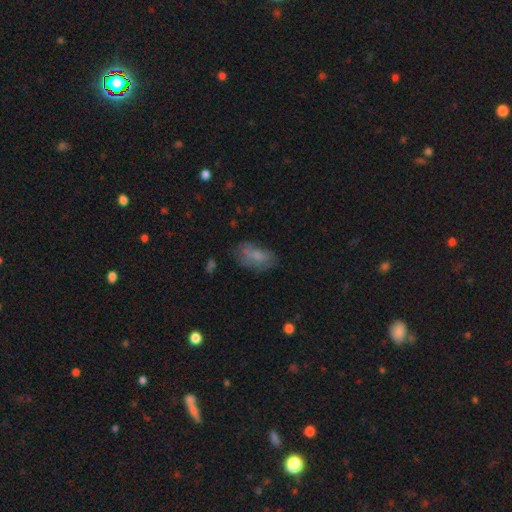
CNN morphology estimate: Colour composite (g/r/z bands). It shows a smooth galaxy with no disk features (64%) that is in between round and cigar-shaped (89%). Merging: none (53%).